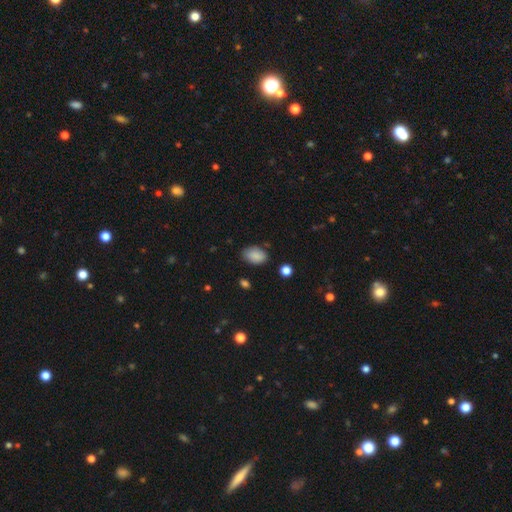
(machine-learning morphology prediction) Q: Smooth or featured?
A: smooth (87%); runner-up: star or artifact (8%)
Q: How rounded?
A: in between (88%); runner-up: round (11%)
Q: Merging?
A: none (79%); runner-up: minor disturbance (16%)